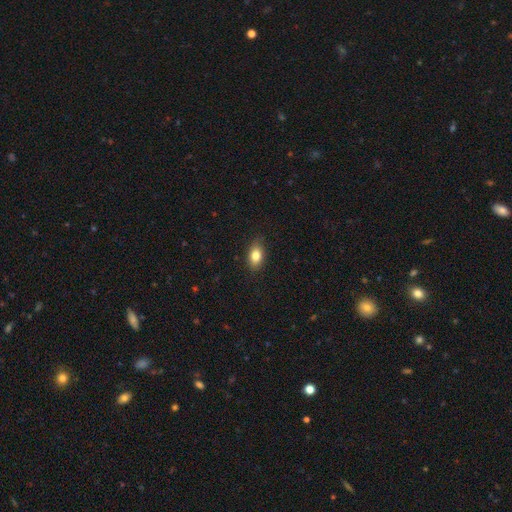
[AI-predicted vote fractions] Morphology: type=smooth (82%); roundness=in between (86%); merging=none (84%).